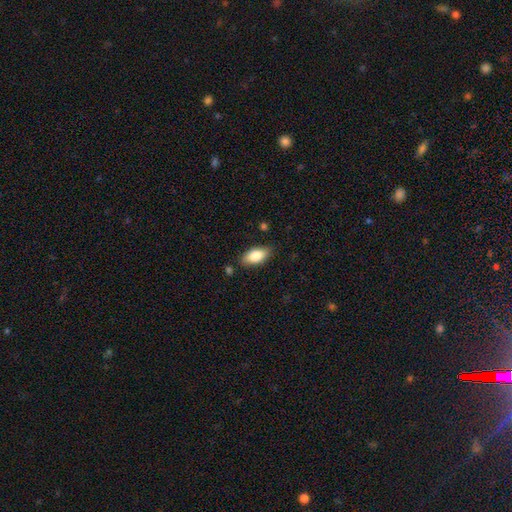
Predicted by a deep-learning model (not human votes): A smooth galaxy with no disk features (81%) that is in between round and cigar-shaped (89%).

Vote fractions:
- Smooth or featured? smooth: 81% / featured or disk: 12% / star or artifact: 7%
- How rounded? in between: 89% / cigar-shaped: 7% / round: 3%
- Merging? none: 83% / minor disturbance: 12% / major disturbance: 3% / merger: 2%